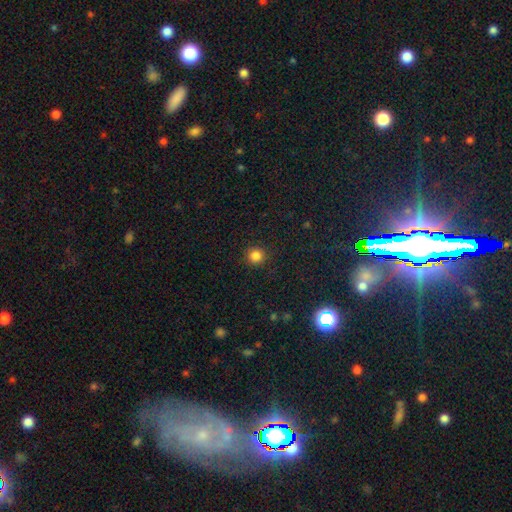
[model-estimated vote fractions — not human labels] smooth-or-featured: smooth: 84% | star or artifact: 12% | featured or disk: 4%
  how-rounded: round: 94% | in between: 5% | cigar-shaped: 1%
  merging: none: 91% | minor disturbance: 6% | major disturbance: 2% | merger: 1%